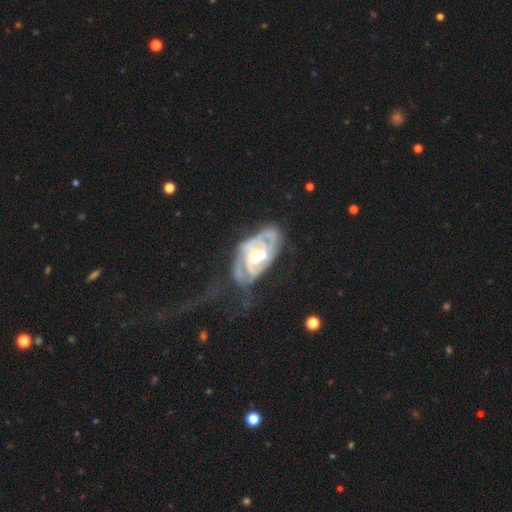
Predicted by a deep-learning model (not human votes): Morphology: type=featured or disk (82%); edge-on=no (96%); bar=no (58%); spiral arms=yes (84%); winding=tight (55%); arm count=can't tell (39%); bulge=moderate (60%); merging=none (34%).